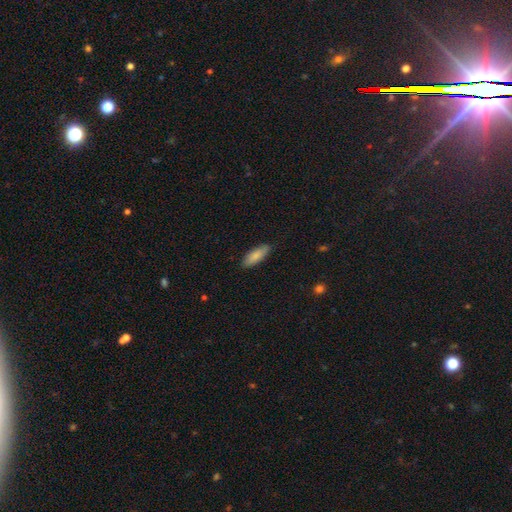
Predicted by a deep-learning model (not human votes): Morphology: type=smooth (84%); roundness=in between (64%); merging=none (85%).